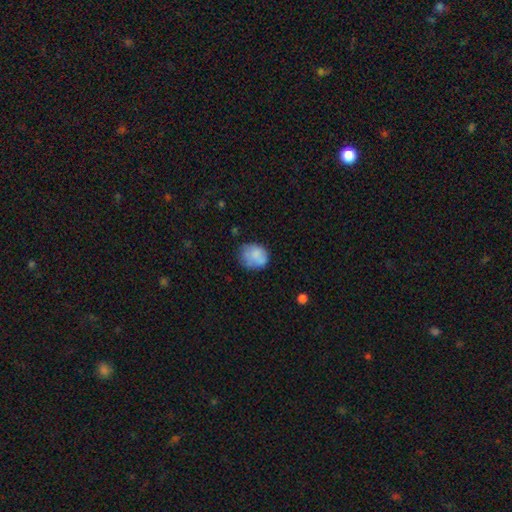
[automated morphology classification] smooth 73%, featured or disk 18%, star or artifact 8%. Down the decision tree: how rounded — round (65%); merging — none (60%).